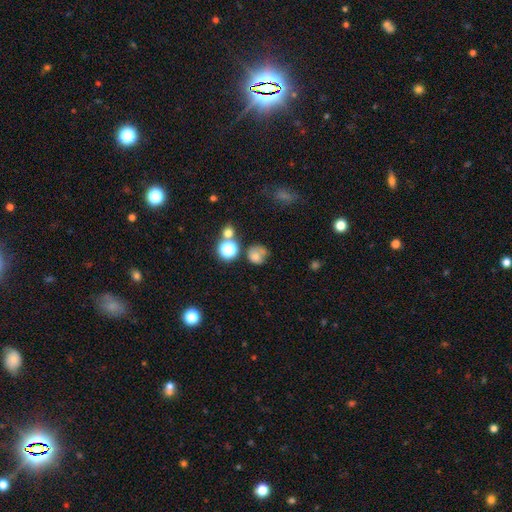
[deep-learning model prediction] Morphology: type=smooth (68%); roundness=round (76%); merging=none (45%).